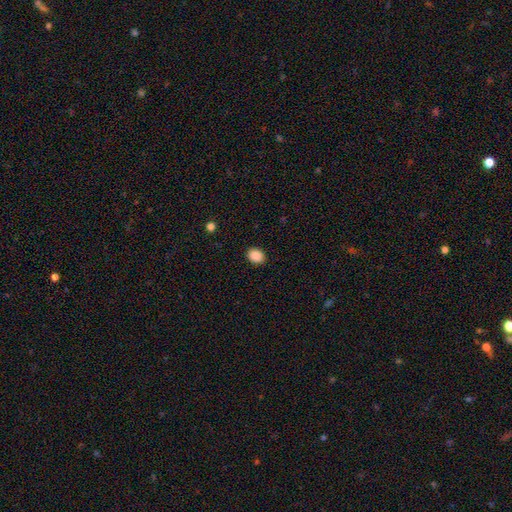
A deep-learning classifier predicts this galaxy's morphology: Q: Smooth or featured?
A: smooth (89%); runner-up: star or artifact (9%)
Q: How rounded?
A: in between (56%); runner-up: round (43%)
Q: Merging?
A: none (90%); runner-up: minor disturbance (7%)